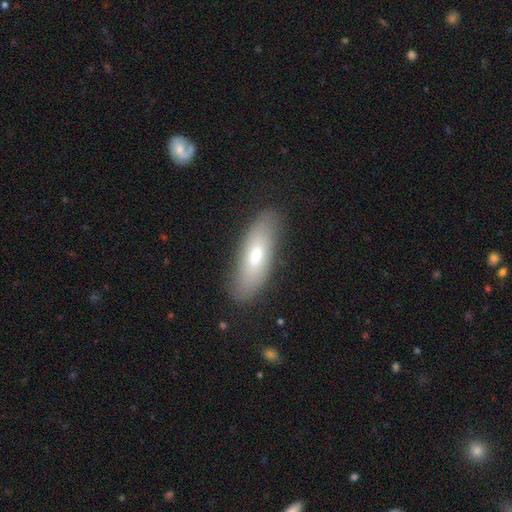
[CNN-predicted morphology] type=smooth (68%); roundness=in between (63%); merging=none (84%).